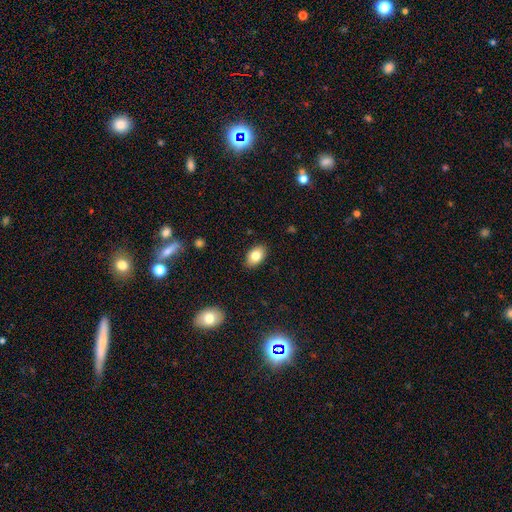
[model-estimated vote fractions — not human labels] This is clearly a smooth galaxy (80%). How rounded: clearly in between (90%). Merging: clearly none (88%).